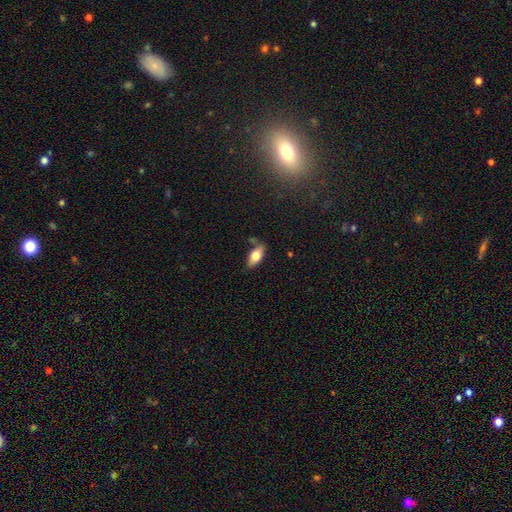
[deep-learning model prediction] smooth_or_featured: smooth (p=0.71) [alt: featured or disk p=0.22]
how_rounded: in between (p=0.87) [alt: cigar-shaped p=0.10]
merging: none (p=0.69) [alt: minor disturbance p=0.20]